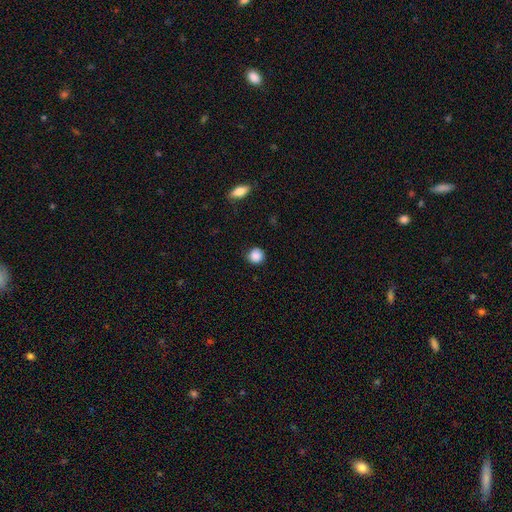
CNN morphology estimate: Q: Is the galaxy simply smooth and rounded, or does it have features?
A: smooth — 88%.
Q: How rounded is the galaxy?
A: round — 93%.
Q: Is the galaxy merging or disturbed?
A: none — 87%.